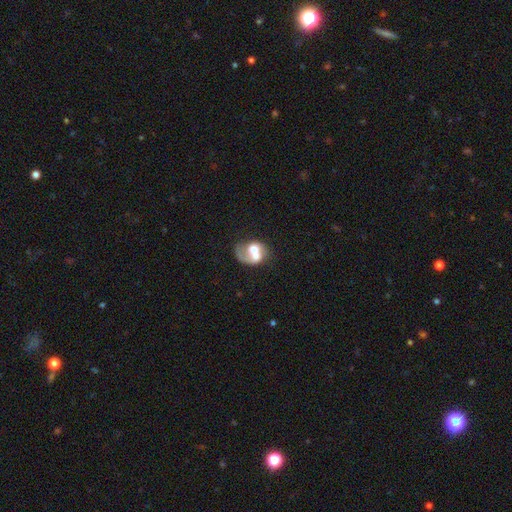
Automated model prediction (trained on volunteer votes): Overall: featured or disk (53%; smooth 39%). Edge-on disk: no (98%). Bar: no (82%). Spiral arms: no (51%; yes 49%). Bulge size: moderate (54%; large 25%). Merging: merger (64%).